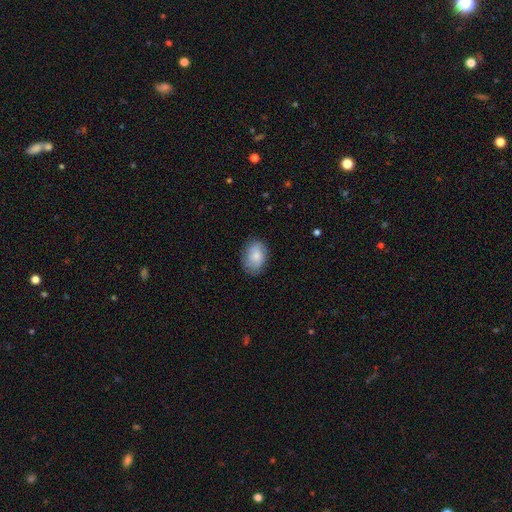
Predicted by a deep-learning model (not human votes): smooth_or_featured: smooth (p=0.73) [alt: featured or disk p=0.20]
how_rounded: in between (p=0.80) [alt: round p=0.19]
merging: none (p=0.78) [alt: minor disturbance p=0.16]